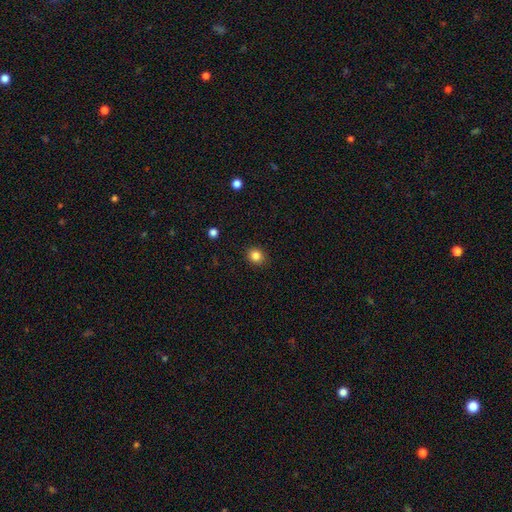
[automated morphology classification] smooth_or_featured: smooth (p=0.84) [alt: star or artifact p=0.11]
how_rounded: round (p=0.75) [alt: in between p=0.24]
merging: none (p=0.89) [alt: minor disturbance p=0.08]